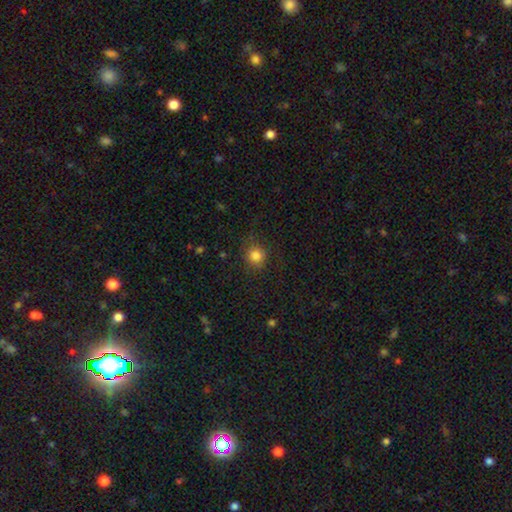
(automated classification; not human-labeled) This is clearly a smooth galaxy (84%). How rounded: clearly round (89%). Merging: clearly none (83%).